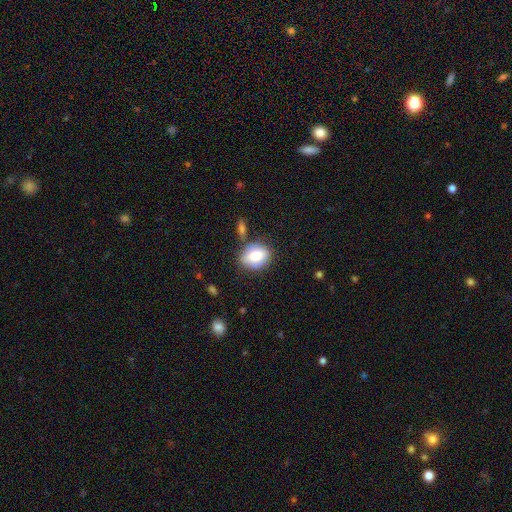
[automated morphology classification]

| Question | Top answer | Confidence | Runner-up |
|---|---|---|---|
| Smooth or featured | smooth | 76% | featured or disk (16%) |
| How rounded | in between | 56% | round (43%) |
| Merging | none | 71% | minor disturbance (16%) |